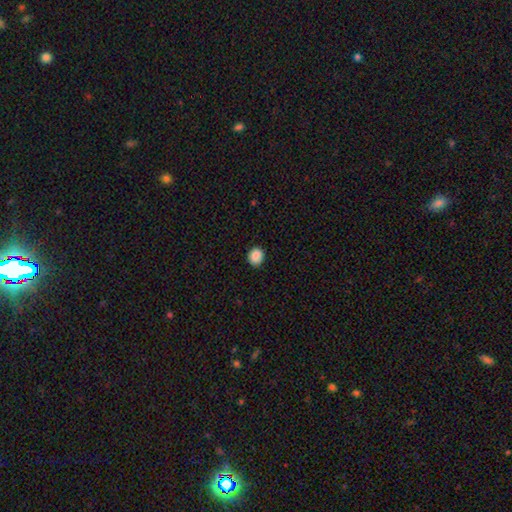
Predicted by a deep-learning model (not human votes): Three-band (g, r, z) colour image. It shows a smooth galaxy with no disk features (88%) that is round (74%). Merging: none (89%).